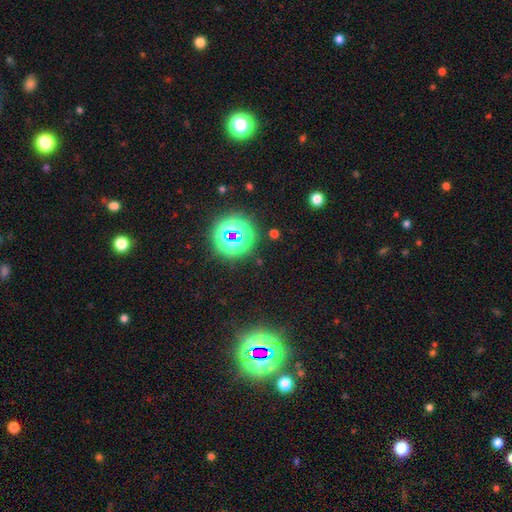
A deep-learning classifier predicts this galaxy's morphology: This is likely a star or artifact rather than a galaxy (74%).